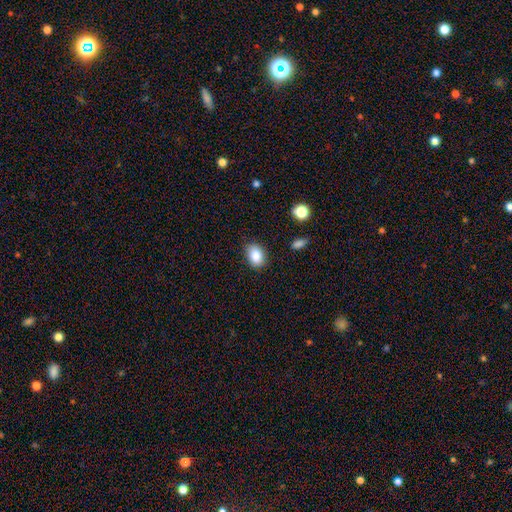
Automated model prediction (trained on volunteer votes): This appears to be a smooth galaxy with no disk features (87%) that is in between round and cigar-shaped (80%). Merging: none (82%).